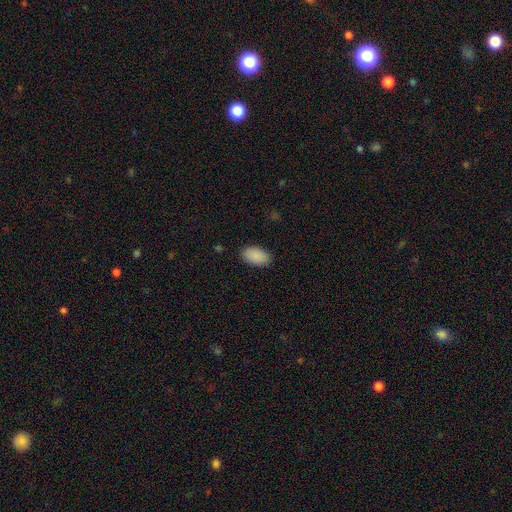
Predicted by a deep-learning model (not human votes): Smooth or featured?
  - smooth: 90% *
  - star or artifact: 7%
  - featured or disk: 4%
How rounded?
  - in between: 94% *
  - round: 5%
  - cigar-shaped: 1%
Merging?
  - none: 88% *
  - minor disturbance: 9%
  - major disturbance: 2%
  - merger: 1%